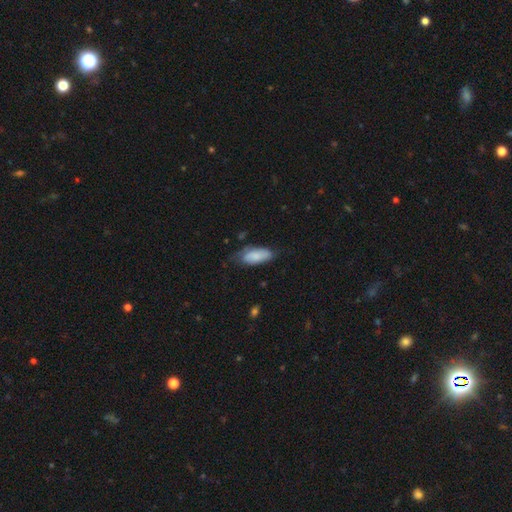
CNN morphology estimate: Overall: smooth (79%). How rounded: in between (84%). Merging: none (49%; minor disturbance 36%).